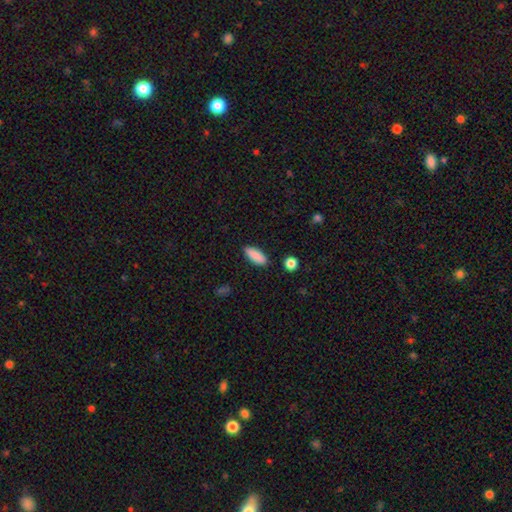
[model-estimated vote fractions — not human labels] A smooth galaxy with no disk features (88%) that is in between round and cigar-shaped (70%).

Vote fractions:
- Smooth or featured? smooth: 88% / star or artifact: 7% / featured or disk: 5%
- How rounded? in between: 70% / cigar-shaped: 28% / round: 2%
- Merging? none: 87% / minor disturbance: 9% / major disturbance: 2% / merger: 2%